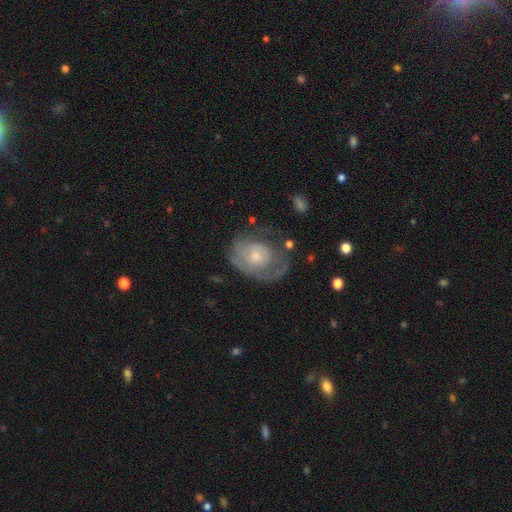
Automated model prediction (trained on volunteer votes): Q: Smooth or featured?
A: featured or disk (65%); runner-up: smooth (28%)
Q: Edge-on disk?
A: no (96%); runner-up: yes (4%)
Q: Bar?
A: no (80%); runner-up: weak (17%)
Q: Spiral arms?
A: yes (70%); runner-up: no (30%)
Q: Bulge size?
A: small (59%); runner-up: moderate (33%)
Q: Merging?
A: none (49%); runner-up: minor disturbance (24%)